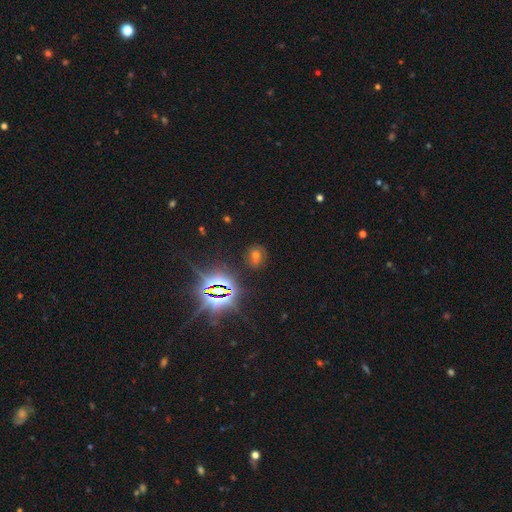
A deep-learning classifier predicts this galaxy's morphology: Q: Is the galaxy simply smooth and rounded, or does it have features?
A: star or artifact — 52%.